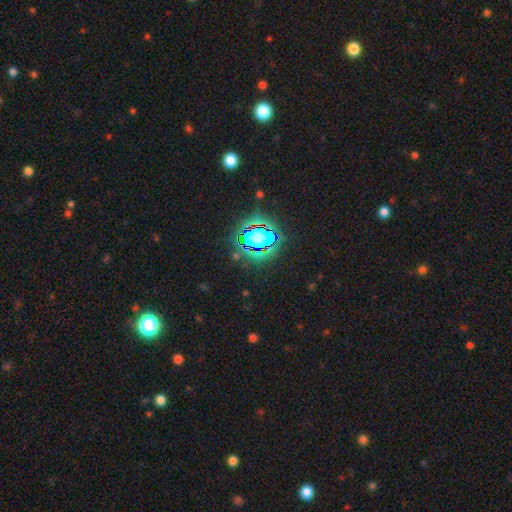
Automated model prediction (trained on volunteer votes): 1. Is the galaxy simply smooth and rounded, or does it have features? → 84% star or artifact, 10% smooth, 6% featured or disk.